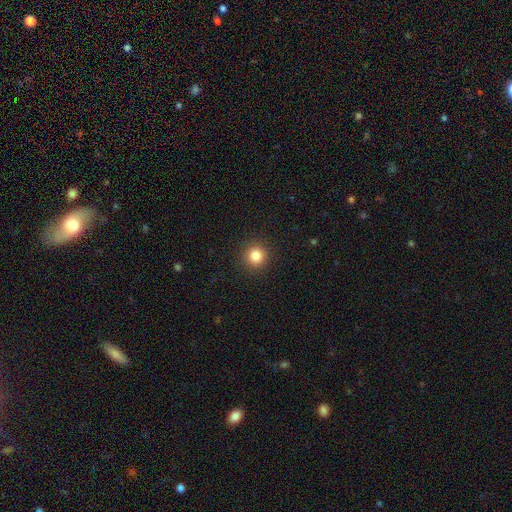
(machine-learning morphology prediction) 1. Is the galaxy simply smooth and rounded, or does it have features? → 84% smooth, 11% star or artifact, 5% featured or disk.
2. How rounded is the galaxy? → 94% round, 5% in between, 1% cigar-shaped.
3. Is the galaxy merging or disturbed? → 92% none, 5% minor disturbance, 2% major disturbance, 1% merger.